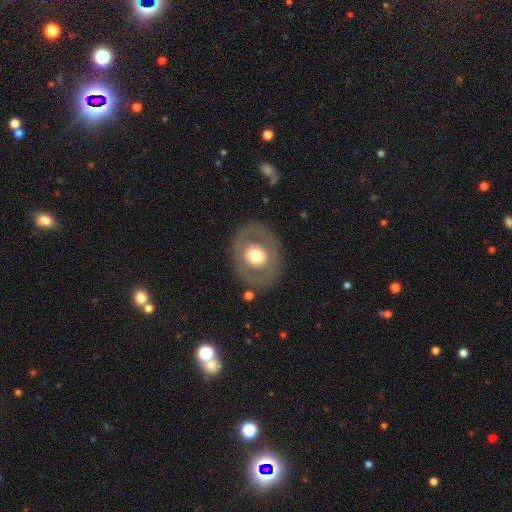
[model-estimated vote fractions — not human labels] smooth 47% (tied), featured or disk 47% (tied), star or artifact 6%. Down the decision tree: merging — none (82%).